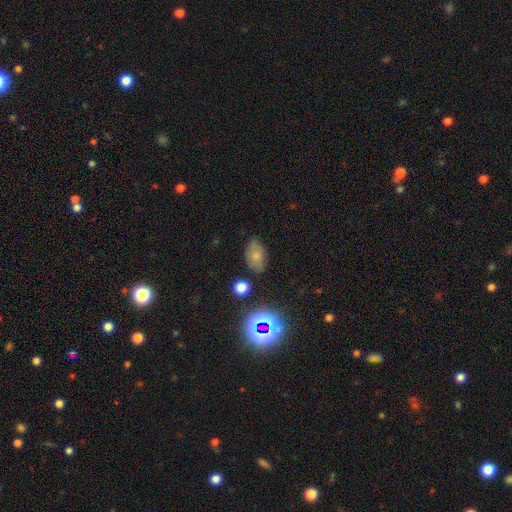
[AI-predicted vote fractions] Morphology: type=smooth (72%); roundness=in between (89%); merging=none (71%).